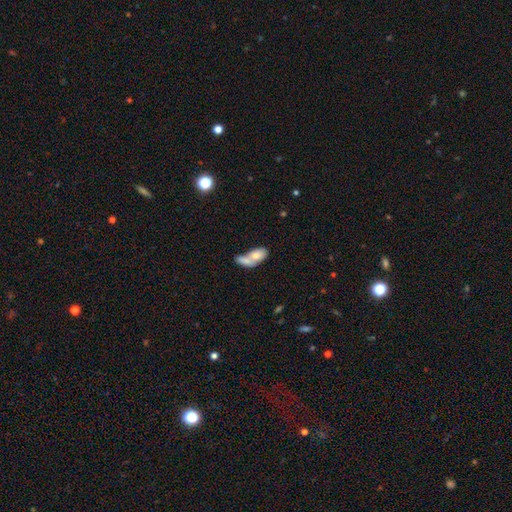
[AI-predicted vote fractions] smooth_or_featured: smooth (p=0.71) [alt: featured or disk p=0.22]
how_rounded: in between (p=0.86) [alt: round p=0.07]
merging: merger (p=0.67) [alt: none p=0.19]